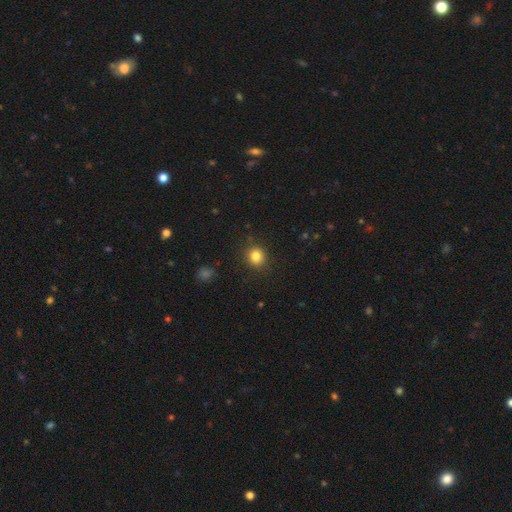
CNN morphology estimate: Overall: smooth (83%). How rounded: round (79%). Merging: none (88%).